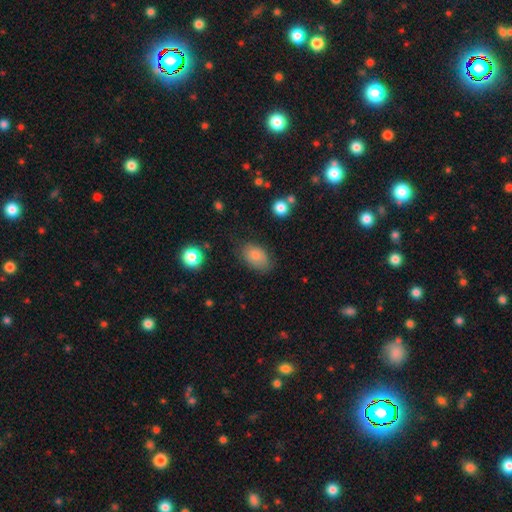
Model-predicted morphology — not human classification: type=smooth (81%); roundness=in between (87%); merging=none (73%).